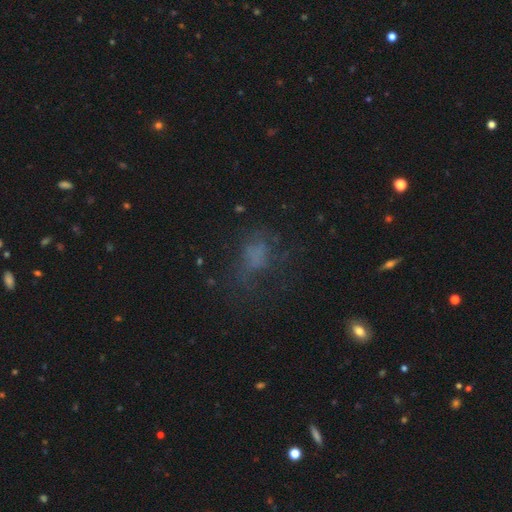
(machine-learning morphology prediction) A smooth galaxy with no disk features (46%).

Vote fractions:
- Smooth or featured? smooth: 46% / featured or disk: 29% / star or artifact: 25%
- Merging? none: 46% / major disturbance: 31% / minor disturbance: 20% / merger: 3%